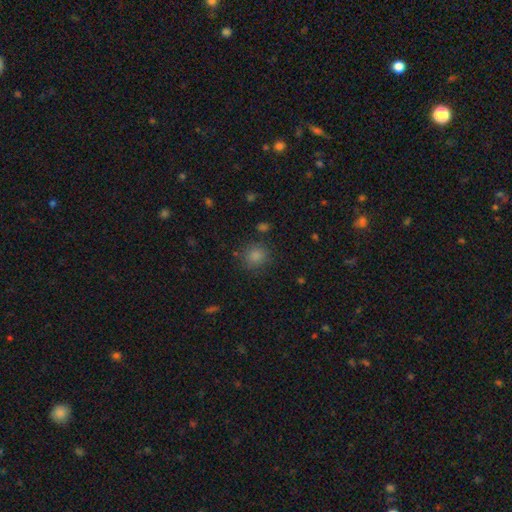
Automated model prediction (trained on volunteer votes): Smooth or featured? Predicted: smooth (p=0.83). How rounded? Predicted: round (p=0.86). Merging? Predicted: none (p=0.82).